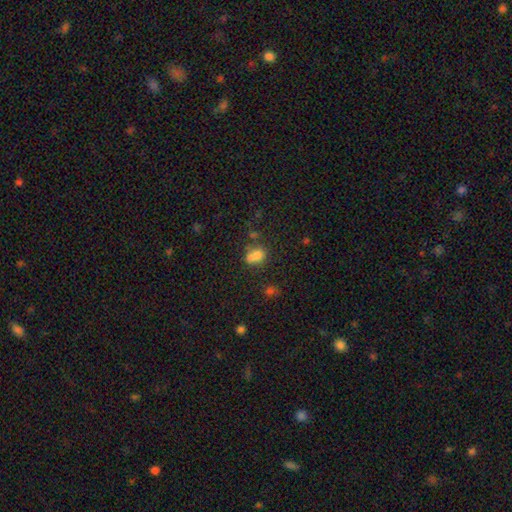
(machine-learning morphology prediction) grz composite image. It shows a smooth galaxy with no disk features (75%) that is in between round and cigar-shaped (68%). Merging: none (47%).